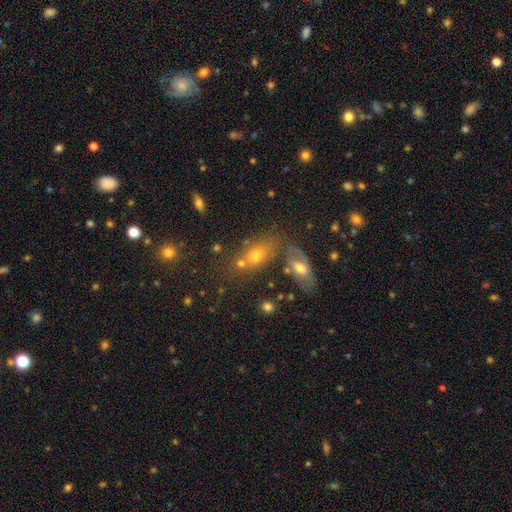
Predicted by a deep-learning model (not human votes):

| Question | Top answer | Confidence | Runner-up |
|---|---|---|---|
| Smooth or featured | smooth | 62% | featured or disk (21%) |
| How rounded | in between | 74% | round (17%) |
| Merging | none | 49% | merger (29%) |